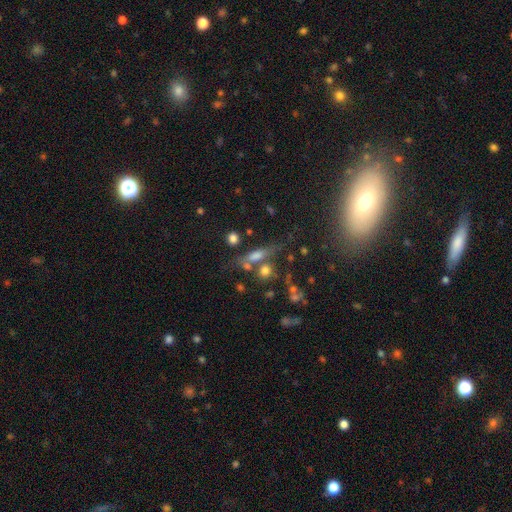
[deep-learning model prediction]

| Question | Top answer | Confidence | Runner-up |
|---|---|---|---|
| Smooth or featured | smooth | 63% | featured or disk (23%) |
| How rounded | cigar-shaped | 46% | in between (38%) |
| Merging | none | 54% | merger (20%) |